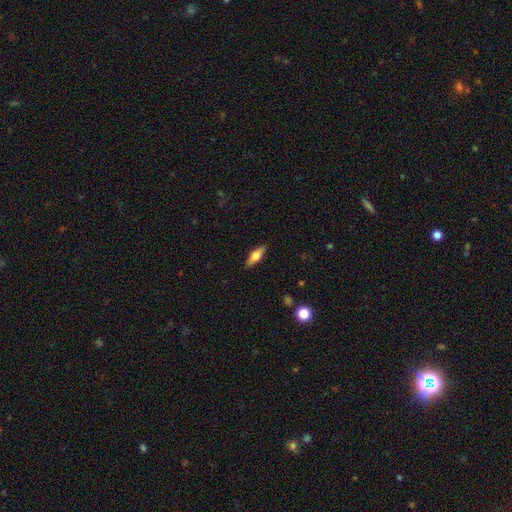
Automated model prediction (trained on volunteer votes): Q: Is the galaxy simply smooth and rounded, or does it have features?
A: smooth — 52%.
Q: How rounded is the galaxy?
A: in between — 56%.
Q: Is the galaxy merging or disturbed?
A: none — 88%.